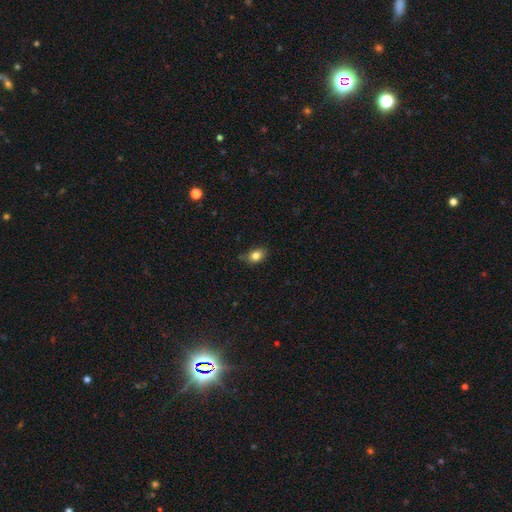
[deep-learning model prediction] Q: Smooth or featured?
A: smooth (83%); runner-up: star or artifact (10%)
Q: How rounded?
A: in between (72%); runner-up: round (27%)
Q: Merging?
A: none (73%); runner-up: minor disturbance (21%)